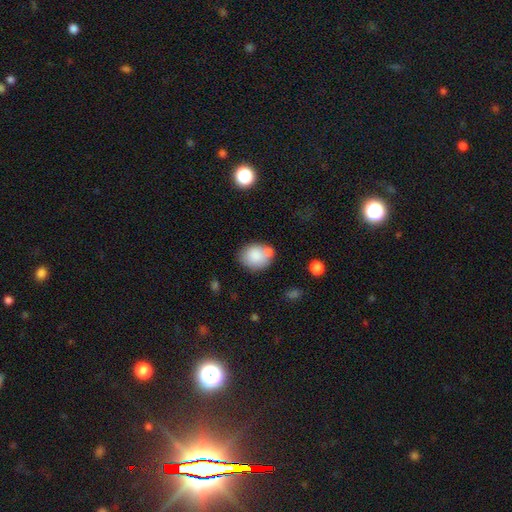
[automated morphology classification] Smooth or featured?
  - smooth: 82% *
  - featured or disk: 10%
  - star or artifact: 8%
How rounded?
  - round: 56% *
  - in between: 44%
  - cigar-shaped: 1%
Merging?
  - none: 56% *
  - merger: 22%
  - minor disturbance: 17%
  - major disturbance: 5%